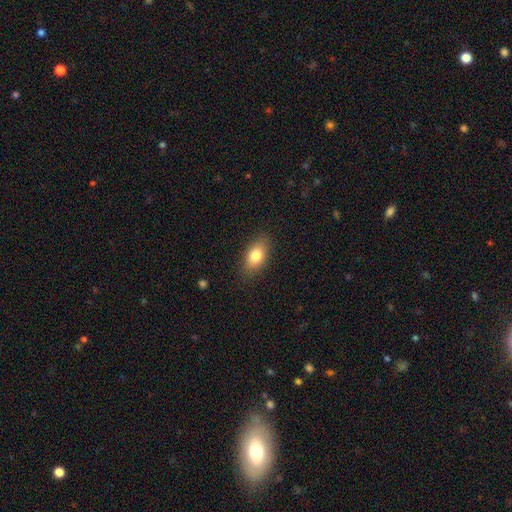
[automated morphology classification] Smooth or featured? smooth (80%)
How rounded? in between (87%)
Merging? none (86%)